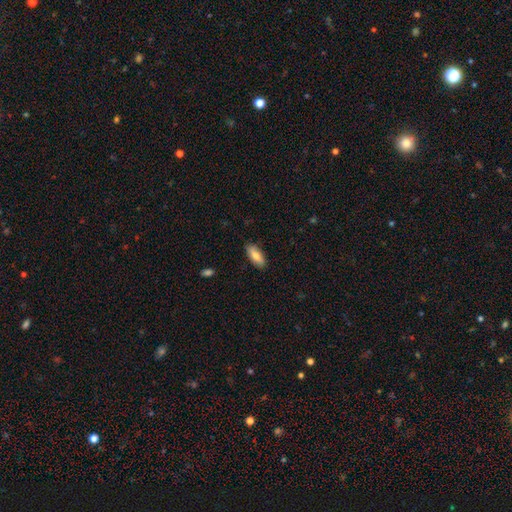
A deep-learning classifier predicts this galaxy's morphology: type=smooth (77%); roundness=in between (77%); merging=none (87%).